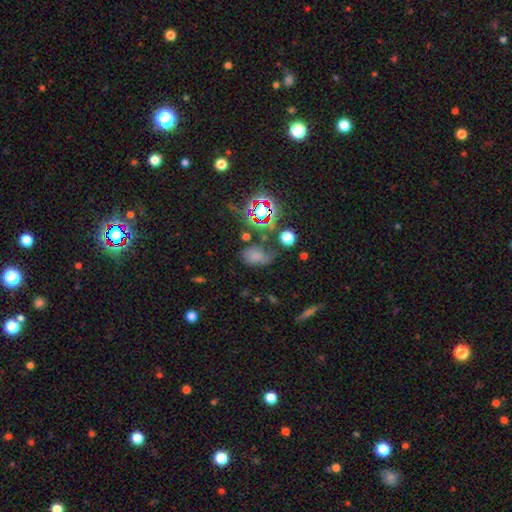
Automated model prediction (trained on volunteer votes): Morphology: type=smooth (57%); roundness=in between (77%); merging=none (42%).